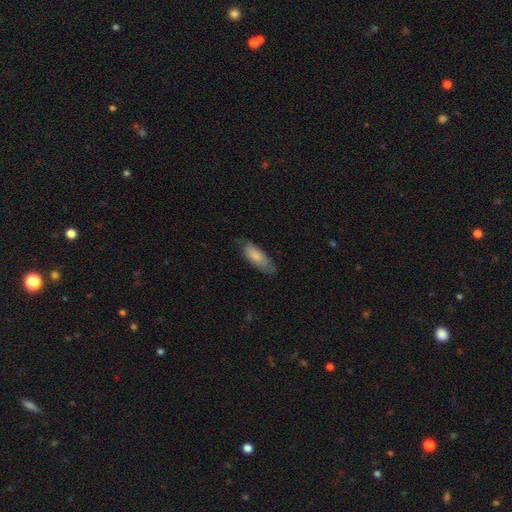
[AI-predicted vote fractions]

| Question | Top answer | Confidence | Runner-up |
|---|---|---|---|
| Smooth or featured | smooth | 81% | featured or disk (13%) |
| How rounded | in between | 70% | cigar-shaped (29%) |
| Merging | none | 67% | minor disturbance (26%) |